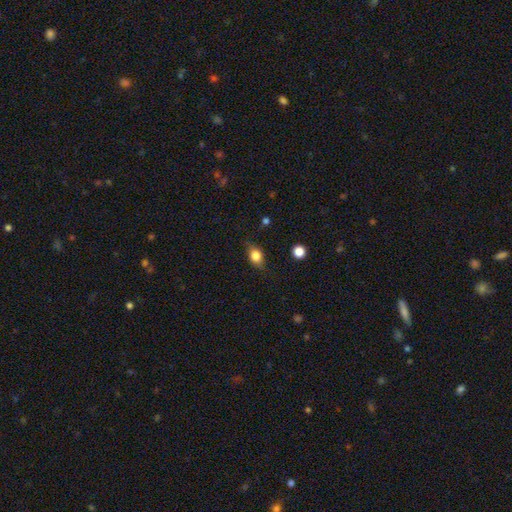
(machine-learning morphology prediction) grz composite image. It shows a smooth galaxy with no disk features (76%) that is in between round and cigar-shaped (65%). Merging: none (75%).